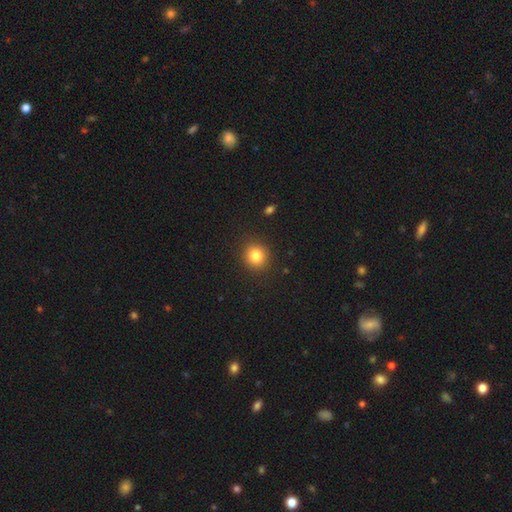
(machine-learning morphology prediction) smooth-or-featured: smooth: 83% | star or artifact: 11% | featured or disk: 6%
  how-rounded: round: 86% | in between: 13% | cigar-shaped: 1%
  merging: none: 90% | minor disturbance: 6% | major disturbance: 2% | merger: 1%